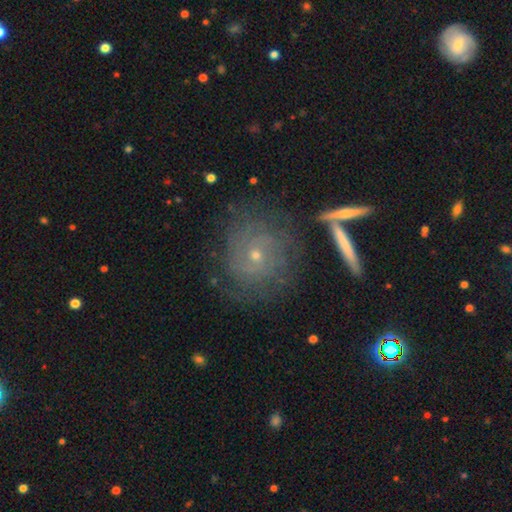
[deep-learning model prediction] Morphology: type=featured or disk (68%); edge-on=no (92%); bar=no (76%); spiral arms=yes (79%); bulge=small (70%); merging=none (70%).